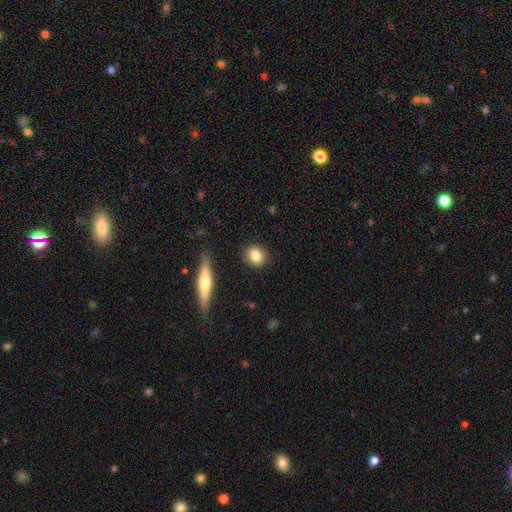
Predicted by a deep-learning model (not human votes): Smooth or featured? Predicted: smooth (p=0.82). How rounded? Predicted: round (p=0.65). Merging? Predicted: none (p=0.89).